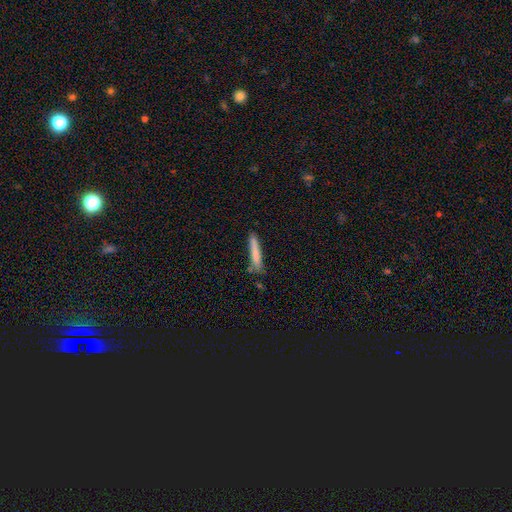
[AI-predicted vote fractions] Morphology: type=smooth (73%); roundness=cigar-shaped (95%); merging=none (79%).